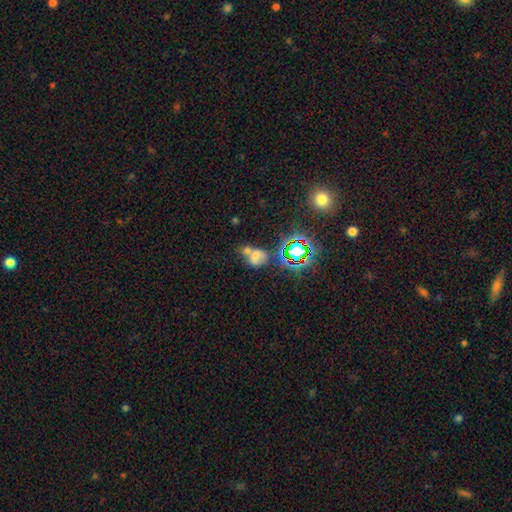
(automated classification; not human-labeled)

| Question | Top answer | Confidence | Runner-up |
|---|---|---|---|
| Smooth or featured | smooth | 42% | star or artifact (38%) |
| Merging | merger | 46% | none (34%) |